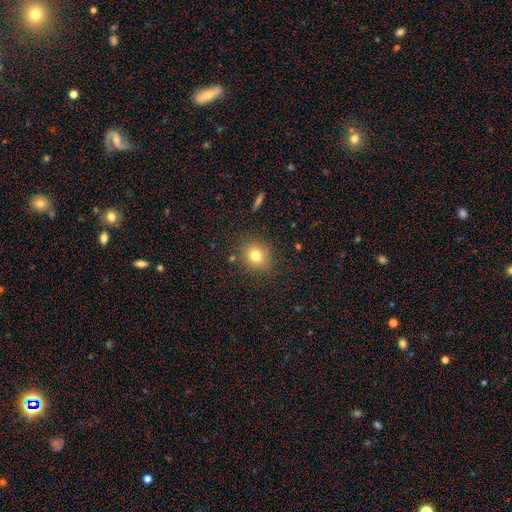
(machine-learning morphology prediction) Smooth or featured? Predicted: smooth (p=0.77). How rounded? Predicted: round (p=0.75). Merging? Predicted: none (p=0.83).